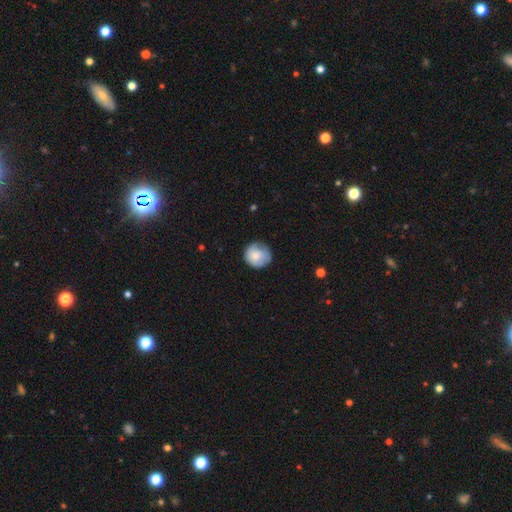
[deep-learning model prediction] A smooth galaxy with no disk features (72%) that is round (88%).

Vote fractions:
- Smooth or featured? smooth: 72% / featured or disk: 21% / star or artifact: 7%
- How rounded? round: 88% / in between: 11% / cigar-shaped: 1%
- Merging? none: 69% / minor disturbance: 24% / major disturbance: 6% / merger: 1%